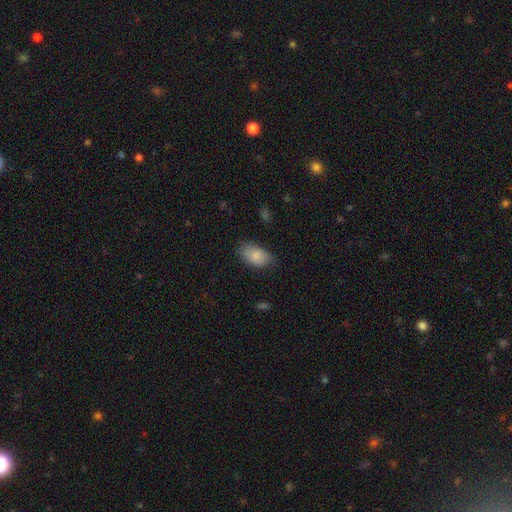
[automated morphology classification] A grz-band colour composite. It shows a smooth galaxy with no disk features (85%) that is in between round and cigar-shaped (92%). Merging: none (70%).